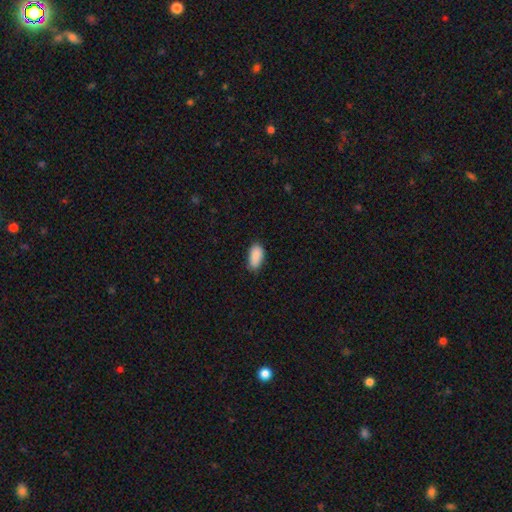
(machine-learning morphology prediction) This is clearly a smooth galaxy (89%). How rounded: clearly in between (93%). Merging: likely none (75%).